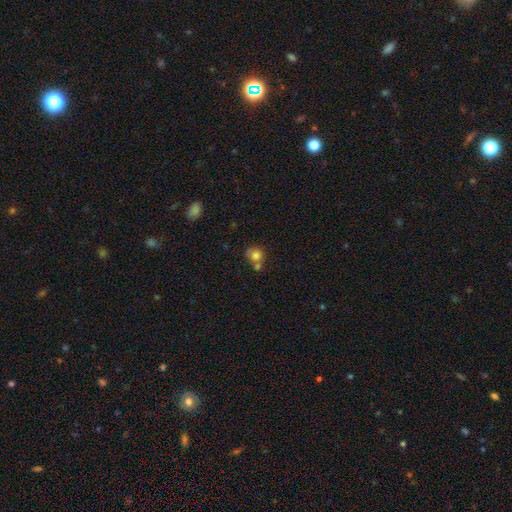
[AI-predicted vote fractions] Morphology: type=smooth (77%); roundness=round (77%); merging=none (45%).